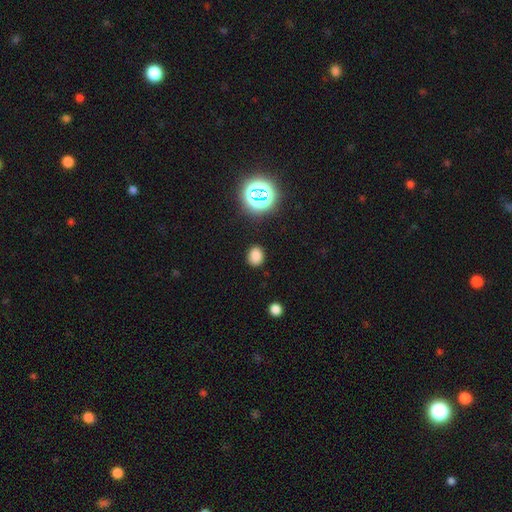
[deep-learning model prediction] Morphology: type=smooth (77%); roundness=round (51%); merging=none (86%).